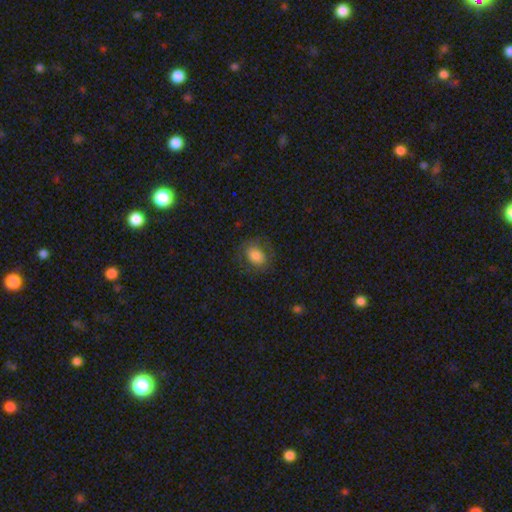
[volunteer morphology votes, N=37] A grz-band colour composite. It shows a smooth galaxy with no disk features (78%) that is round (52%). Merging: none (86%).